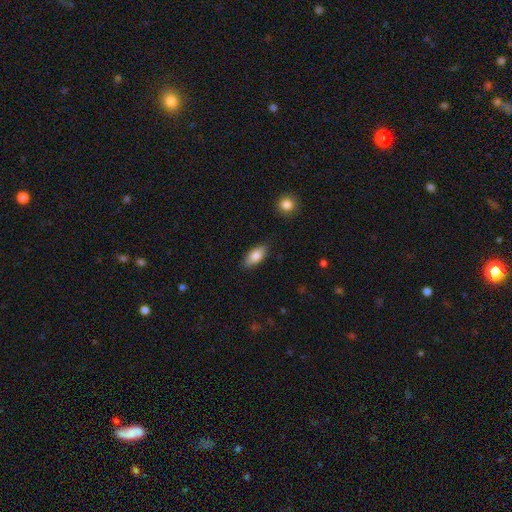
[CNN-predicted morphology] A smooth galaxy with no disk features (83%) that is in between round and cigar-shaped (87%).

Vote fractions:
- Smooth or featured? smooth: 83% / featured or disk: 10% / star or artifact: 7%
- How rounded? in between: 87% / cigar-shaped: 10% / round: 3%
- Merging? none: 86% / minor disturbance: 10% / major disturbance: 2% / merger: 1%